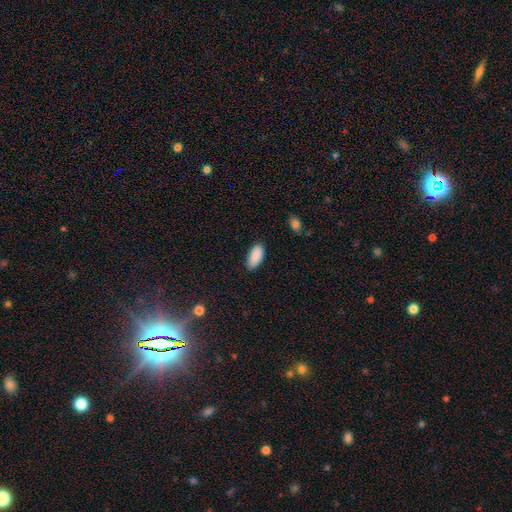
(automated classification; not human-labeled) smooth-or-featured: smooth: 90% | star or artifact: 7% | featured or disk: 3%
  how-rounded: in between: 91% | cigar-shaped: 7% | round: 2%
  merging: none: 85% | minor disturbance: 12% | major disturbance: 2% | merger: 1%